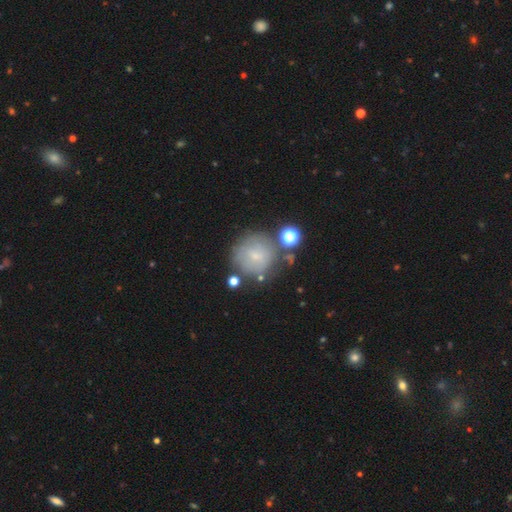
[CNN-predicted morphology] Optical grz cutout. It shows a smooth galaxy with no disk features (53%) that is round (90%). Merging: none (69%).